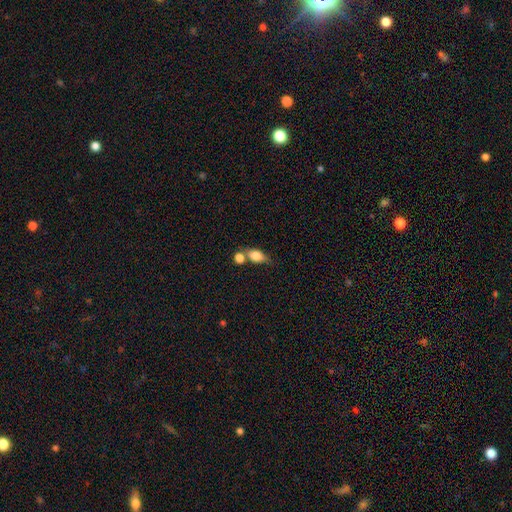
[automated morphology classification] Smooth or featured? smooth (79%)
How rounded? in between (73%)
Merging? none (40%)